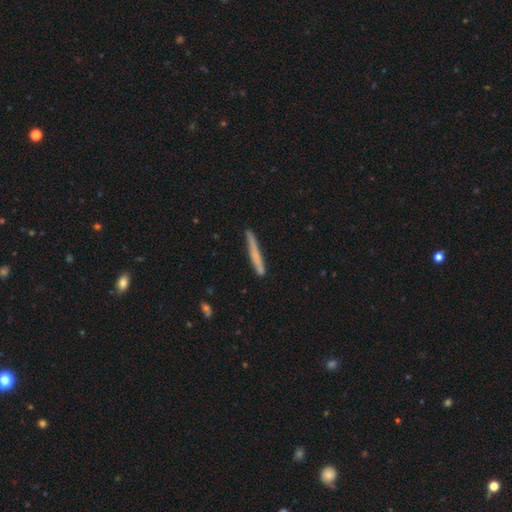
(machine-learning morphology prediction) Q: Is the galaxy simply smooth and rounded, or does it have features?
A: smooth — 62%.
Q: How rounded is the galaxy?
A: cigar-shaped — 97%.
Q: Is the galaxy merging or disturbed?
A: none — 85%.